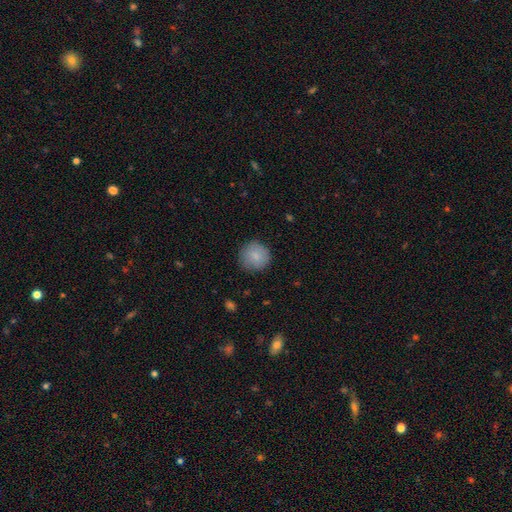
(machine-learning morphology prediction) type=smooth (86%); roundness=round (94%); merging=none (85%).